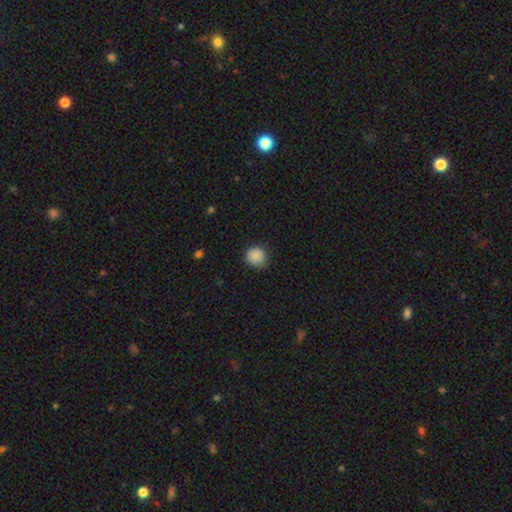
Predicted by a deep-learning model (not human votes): Q: Smooth or featured?
A: smooth (87%); runner-up: star or artifact (9%)
Q: How rounded?
A: round (90%); runner-up: in between (10%)
Q: Merging?
A: none (79%); runner-up: minor disturbance (17%)